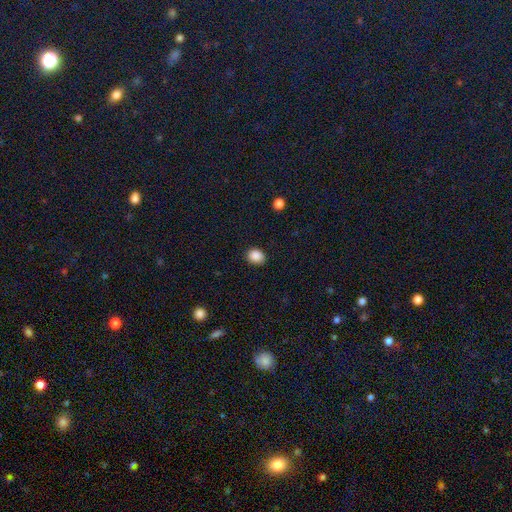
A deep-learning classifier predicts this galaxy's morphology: type=smooth (88%); roundness=round (59%); merging=none (88%).